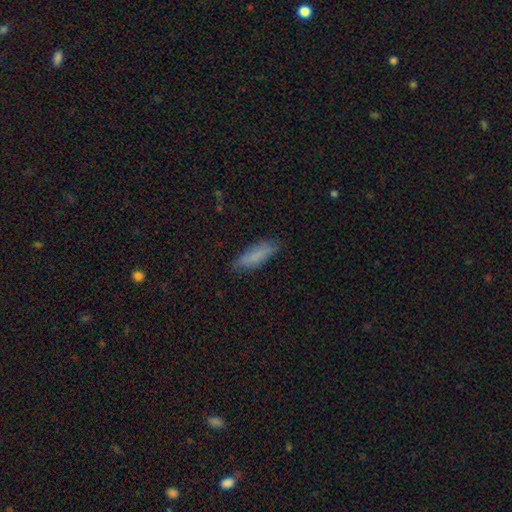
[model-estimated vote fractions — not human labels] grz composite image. It shows a smooth galaxy with no disk features (83%) that is cigar-shaped (50%). Merging: none (81%).